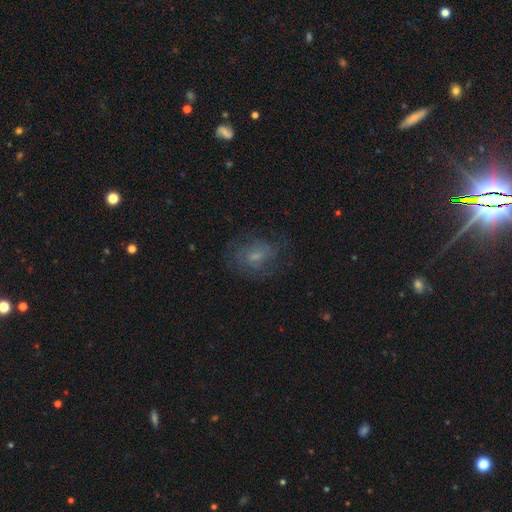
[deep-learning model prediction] Q: Smooth or featured?
A: featured or disk (48%); runner-up: smooth (39%)
Q: Merging?
A: none (65%); runner-up: minor disturbance (19%)